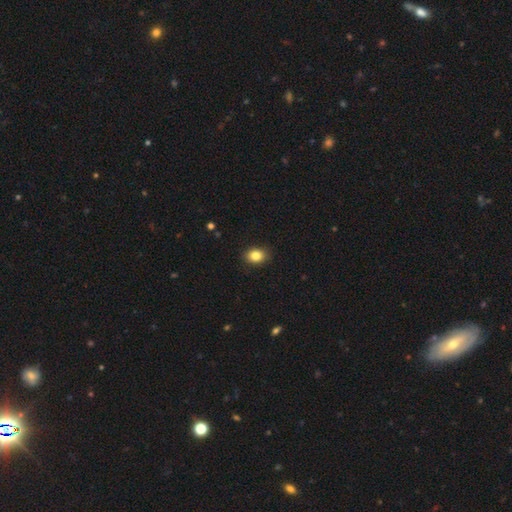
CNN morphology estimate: Smooth or featured: smooth — 85% (star or artifact — 9%)
How rounded: in between — 58% (round — 41%)
Merging: none — 89% (minor disturbance — 8%)